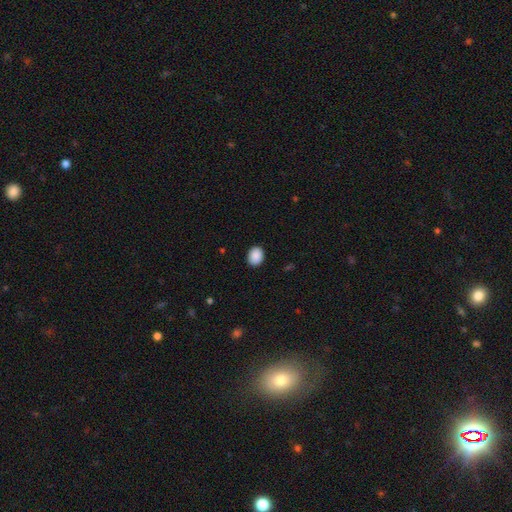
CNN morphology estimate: smooth_or_featured: smooth (p=0.90) [alt: star or artifact p=0.07]
how_rounded: in between (p=0.56) [alt: round p=0.43]
merging: none (p=0.89) [alt: minor disturbance p=0.08]